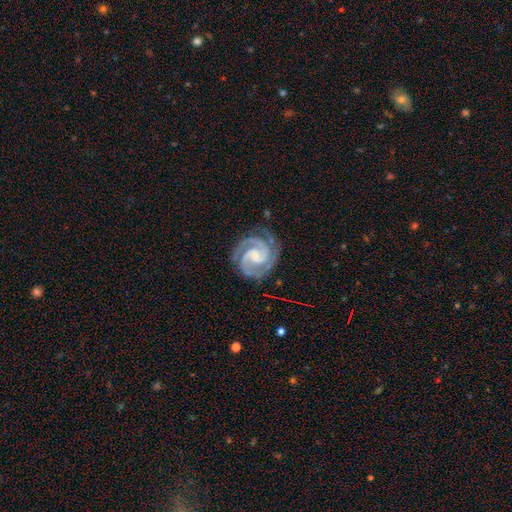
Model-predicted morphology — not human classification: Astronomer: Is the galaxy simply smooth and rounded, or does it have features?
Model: featured or disk — 93%.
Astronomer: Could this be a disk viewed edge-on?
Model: no — 98%.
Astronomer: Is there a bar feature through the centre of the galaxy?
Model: weak — 44% (runner-up: no, 42%).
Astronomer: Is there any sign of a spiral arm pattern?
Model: yes — 99%.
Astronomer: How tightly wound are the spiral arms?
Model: tight — 61%.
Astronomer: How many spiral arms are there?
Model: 2 — 71%.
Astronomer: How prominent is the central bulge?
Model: small — 45% (runner-up: moderate, 30%).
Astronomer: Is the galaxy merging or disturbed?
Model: none — 77%.